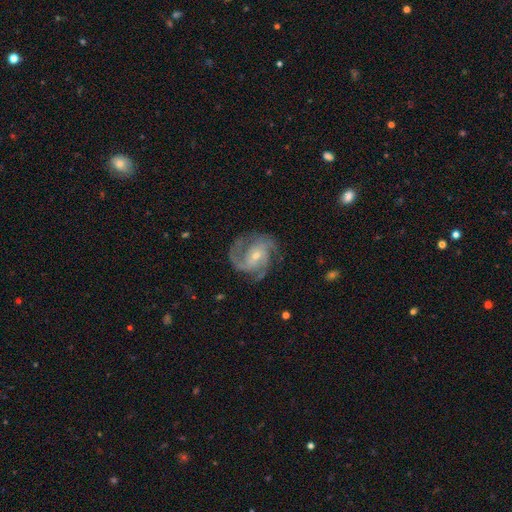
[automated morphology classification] This appears to be a featured or disk galaxy (89%) with no bar (52%), 3 (50%) medium (51%) spiral arms (98%) and a small central bulge (63%). Merging: none (73%).